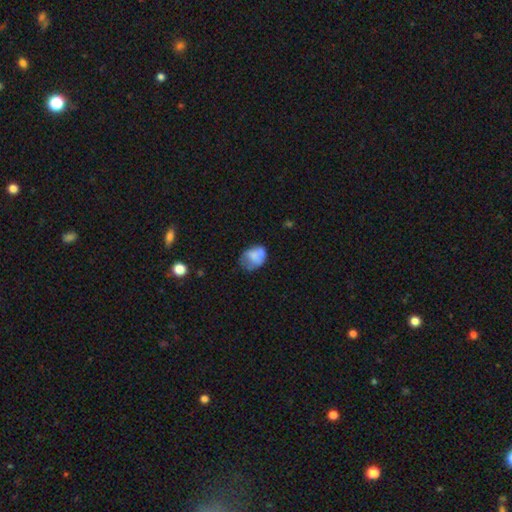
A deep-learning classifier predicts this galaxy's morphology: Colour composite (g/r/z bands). It shows a smooth galaxy with no disk features (63%) that is in between round and cigar-shaped (63%). Merging: none (40%).